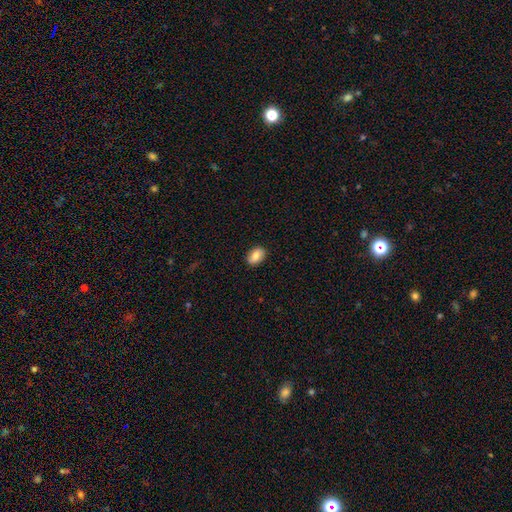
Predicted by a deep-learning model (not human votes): Overall: smooth (79%). How rounded: in between (84%). Merging: none (87%).